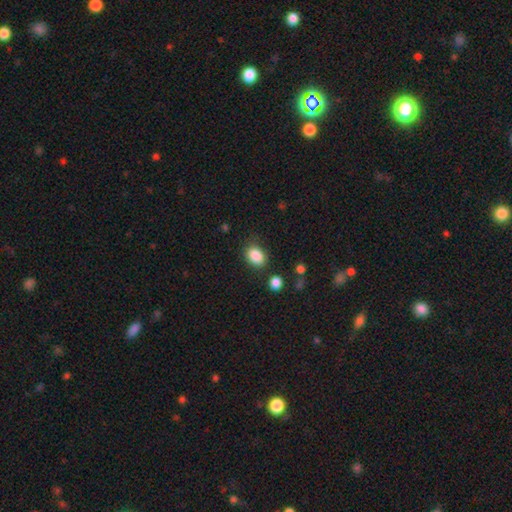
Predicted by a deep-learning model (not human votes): smooth-or-featured: smooth: 87% | star or artifact: 9% | featured or disk: 4%
  how-rounded: in between: 73% | round: 26% | cigar-shaped: 1%
  merging: none: 78% | minor disturbance: 14% | major disturbance: 4% | merger: 4%